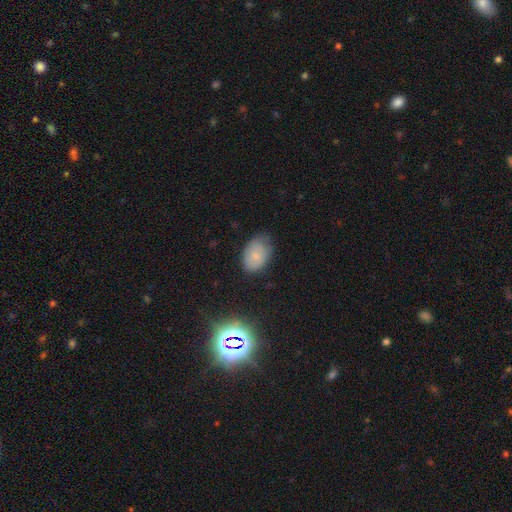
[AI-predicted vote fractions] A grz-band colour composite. It shows a smooth galaxy with no disk features (76%) that is in between round and cigar-shaped (86%). Merging: none (66%).